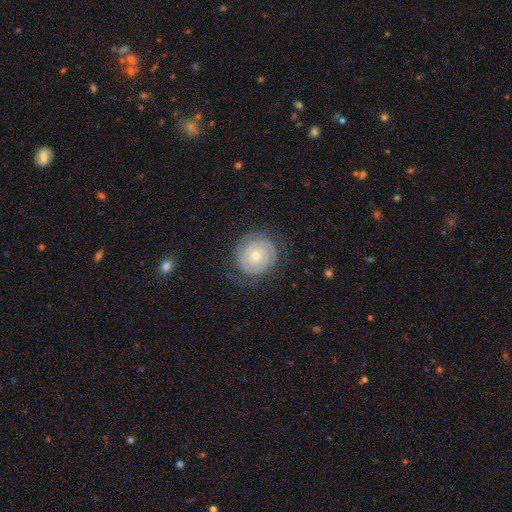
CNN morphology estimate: Smooth or featured: featured or disk — 76% (smooth — 17%)
Edge-on disk: no — 98% (yes — 2%)
Bar: no — 82% (weak — 15%)
Spiral arms: yes — 90% (no — 10%)
Spiral winding: tight — 80% (medium — 15%)
Spiral arm count: 2 — 49% (can't tell — 28%)
Bulge size: small — 54% (moderate — 43%)
Merging: none — 75% (minor disturbance — 16%)